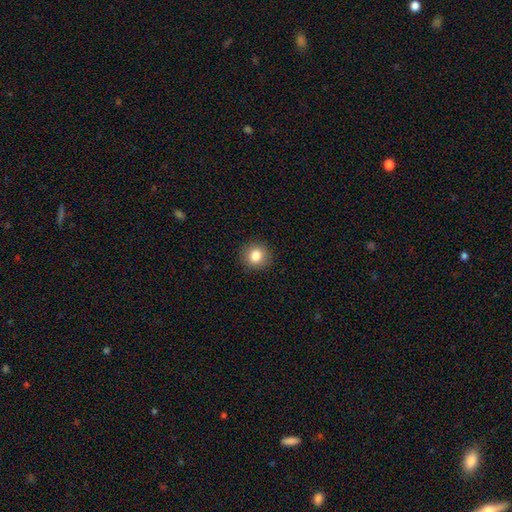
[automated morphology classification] This is clearly a smooth galaxy (83%). How rounded: clearly round (87%). Merging: clearly none (91%).